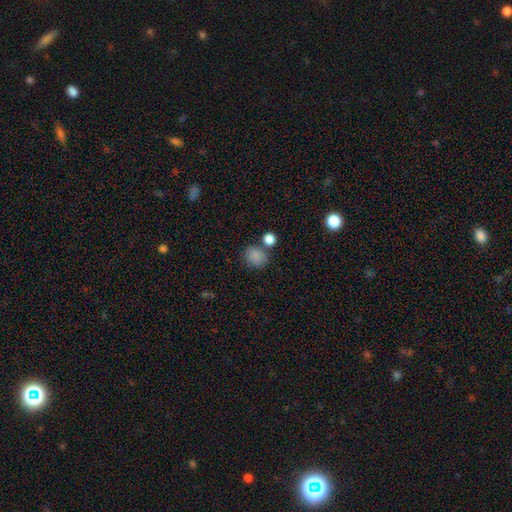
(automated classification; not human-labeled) smooth_or_featured: smooth (p=0.85) [alt: star or artifact p=0.10]
how_rounded: round (p=0.73) [alt: in between p=0.26]
merging: none (p=0.67) [alt: merger p=0.16]